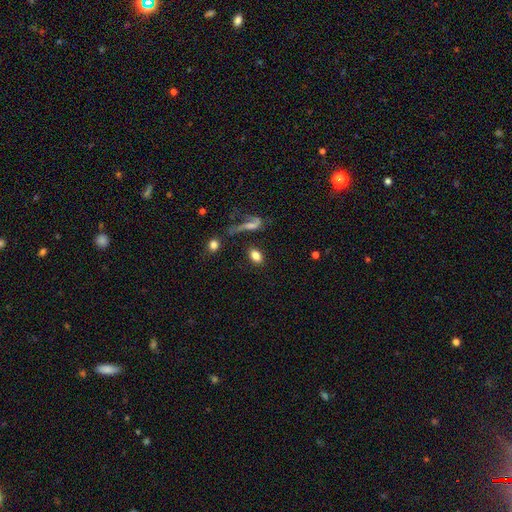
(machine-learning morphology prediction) A smooth galaxy with no disk features (81%) that is in between round and cigar-shaped (83%). Merging: none (74%).